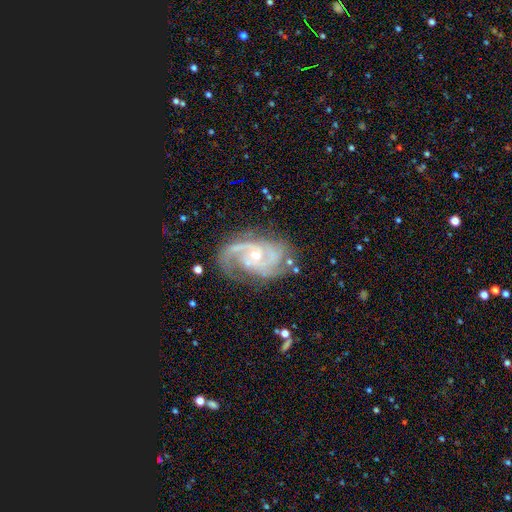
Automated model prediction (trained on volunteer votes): smooth-or-featured: featured or disk: 90% | star or artifact: 6% | smooth: 4%
  disk-edge-on: no: 97% | yes: 3%
    bar: no: 66% | weak: 26% | strong: 7%
    has-spiral-arms: yes: 98% | no: 2%
      spiral-winding: medium: 48% | tight: 40% | loose: 12%
      spiral-arm-count: 2: 46% | 3: 27% | can't tell: 11% | 4: 6% | 1: 5% | more than 4: 4%
    bulge-size: small: 60% | moderate: 37% | large: 1% | none: 1% | dominant: 1%
  merging: none: 67% | minor disturbance: 20% | major disturbance: 11% | merger: 2%